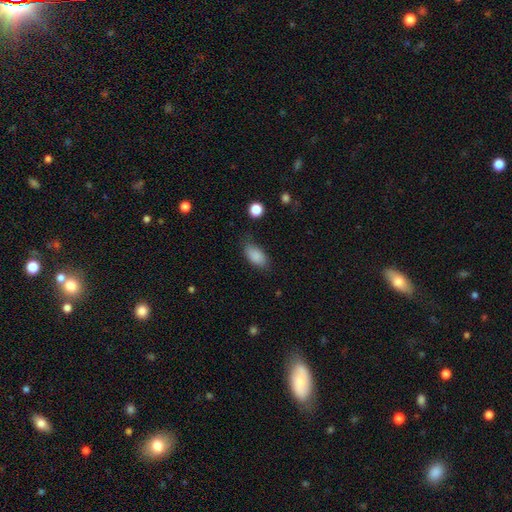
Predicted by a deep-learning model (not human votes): Smooth or featured? smooth (87%)
How rounded? in between (91%)
Merging? none (73%)